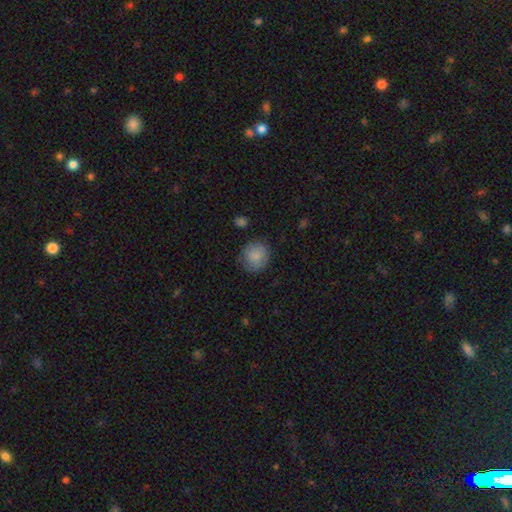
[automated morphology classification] A smooth galaxy with no disk features (83%) that is round (88%). Merging: none (77%).